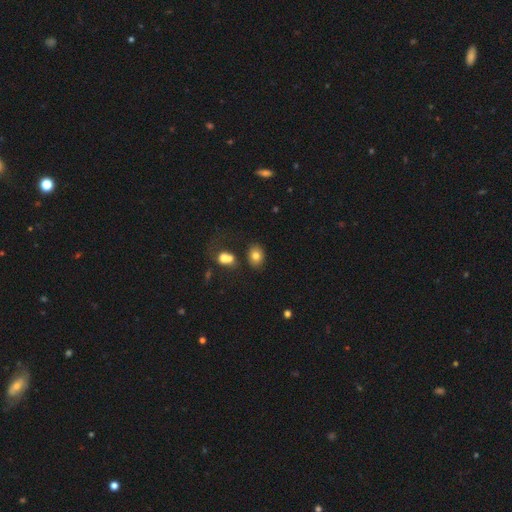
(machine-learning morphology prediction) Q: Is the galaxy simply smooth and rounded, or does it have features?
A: smooth — 78%.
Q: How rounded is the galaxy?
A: in between — 59%.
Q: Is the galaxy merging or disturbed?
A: none — 72%.